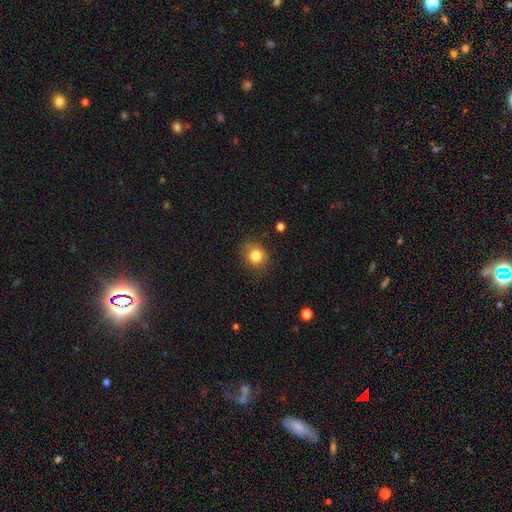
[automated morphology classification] Smooth or featured? smooth (82%)
How rounded? round (69%)
Merging? none (75%)